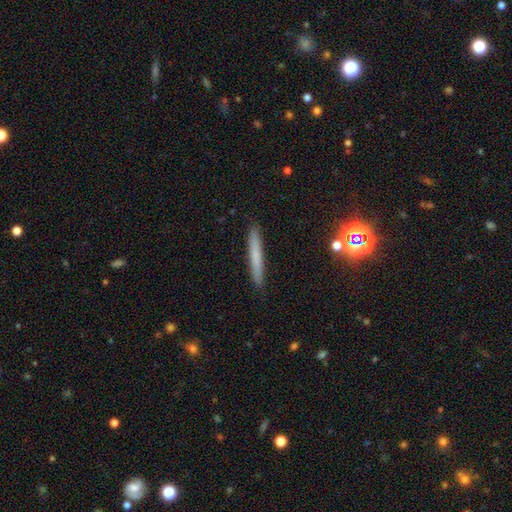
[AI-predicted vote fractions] Smooth or featured?
  - smooth: 65% *
  - featured or disk: 25%
  - star or artifact: 10%
How rounded?
  - cigar-shaped: 96% *
  - in between: 3%
  - round: 1%
Merging?
  - none: 92% *
  - minor disturbance: 6%
  - major disturbance: 1%
  - merger: 1%